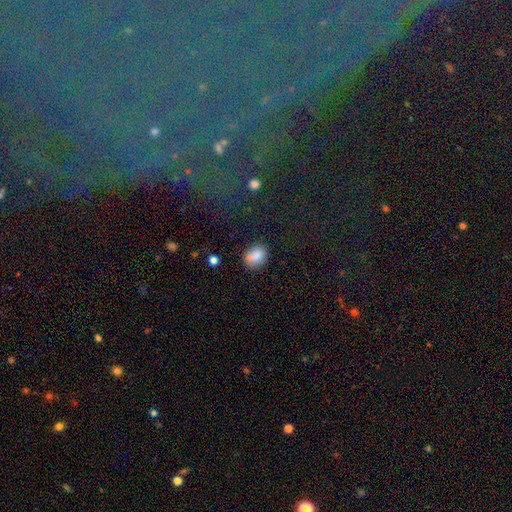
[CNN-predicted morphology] Smooth or featured?
  - smooth: 81% *
  - star or artifact: 9%
  - featured or disk: 9%
How rounded?
  - in between: 62% *
  - round: 37%
  - cigar-shaped: 1%
Merging?
  - none: 61% *
  - minor disturbance: 20%
  - merger: 14%
  - major disturbance: 5%